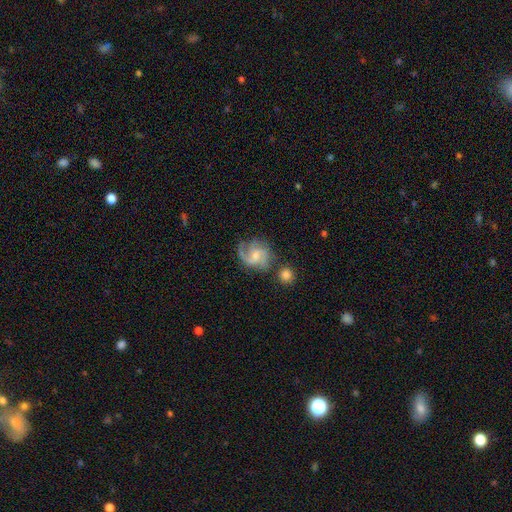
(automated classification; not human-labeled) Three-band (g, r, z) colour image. It shows a featured or disk galaxy (78%) with a weak bar (48%), 2 (51%) medium (50%) spiral arms (95%) and a small central bulge (49%). Merging: none (60%).